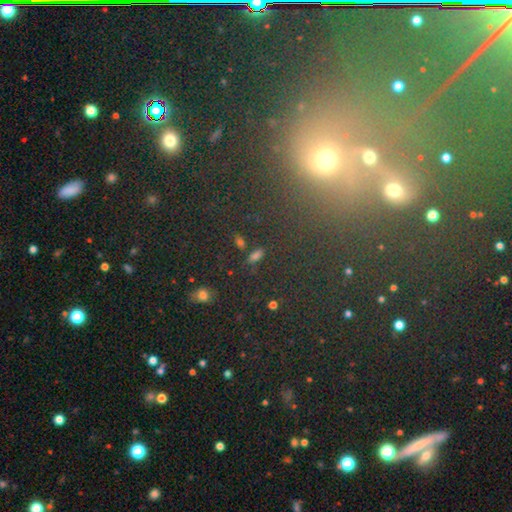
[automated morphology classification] star or artifact 54%, smooth 34%, featured or disk 12%.